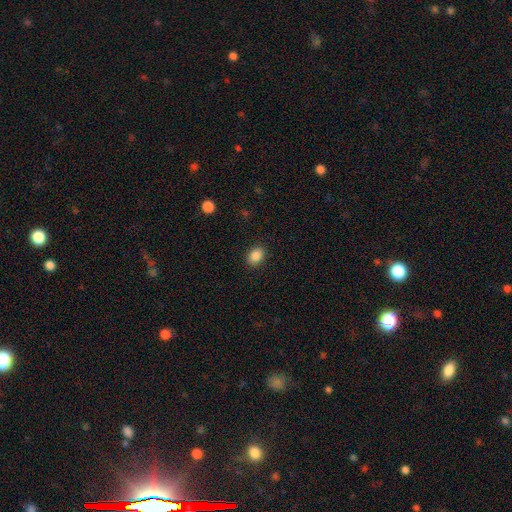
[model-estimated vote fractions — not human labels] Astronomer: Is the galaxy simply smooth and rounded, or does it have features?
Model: smooth — 87%.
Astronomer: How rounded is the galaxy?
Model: in between — 68%.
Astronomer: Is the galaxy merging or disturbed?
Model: none — 89%.